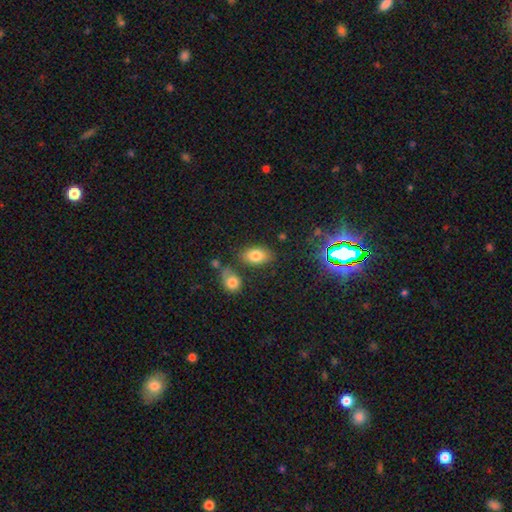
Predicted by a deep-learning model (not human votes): A smooth galaxy with no disk features (79%) that is in between round and cigar-shaped (90%). Merging: none (75%).